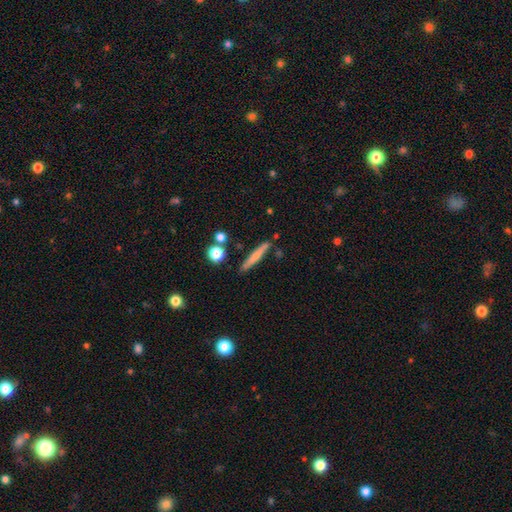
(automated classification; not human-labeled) Overall: smooth (60%; featured or disk 32%). How rounded: cigar-shaped (92%). Merging: none (81%).